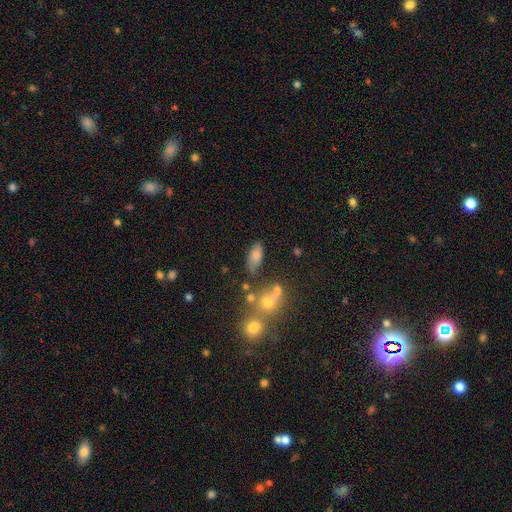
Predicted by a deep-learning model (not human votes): A smooth galaxy with no disk features (73%) that is in between round and cigar-shaped (85%). Merging: none (55%).